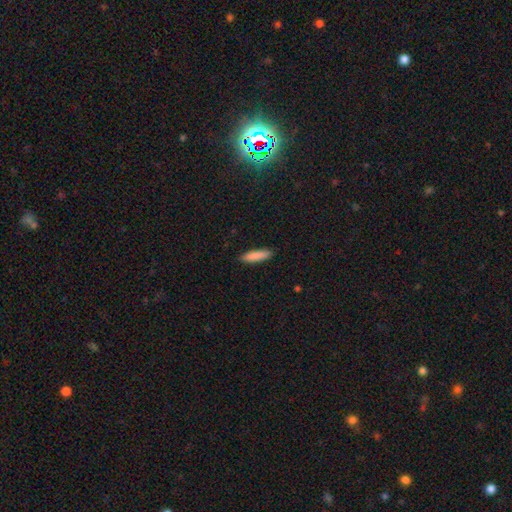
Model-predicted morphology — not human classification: Smooth or featured?
  - smooth: 87% *
  - featured or disk: 7%
  - star or artifact: 6%
How rounded?
  - cigar-shaped: 76% *
  - in between: 23%
  - round: 1%
Merging?
  - none: 89% *
  - minor disturbance: 8%
  - major disturbance: 2%
  - merger: 1%